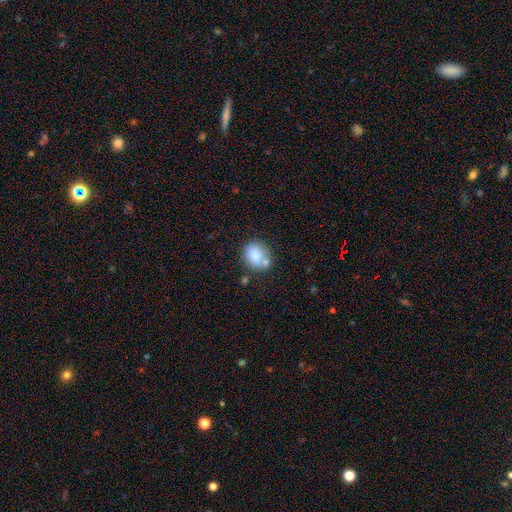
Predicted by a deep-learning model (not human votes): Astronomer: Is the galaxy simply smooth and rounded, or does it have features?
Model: smooth — 79%.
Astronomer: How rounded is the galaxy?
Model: round — 64%.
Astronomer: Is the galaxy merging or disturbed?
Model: none — 54%.